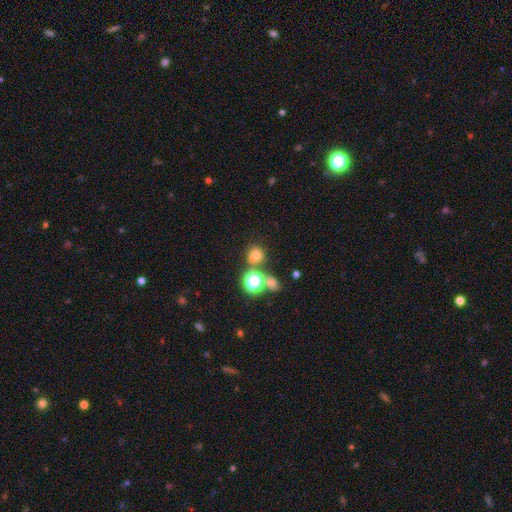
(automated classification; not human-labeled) This is likely a smooth galaxy (67%). How rounded: clearly round (86%). Merging: likely none (65%).